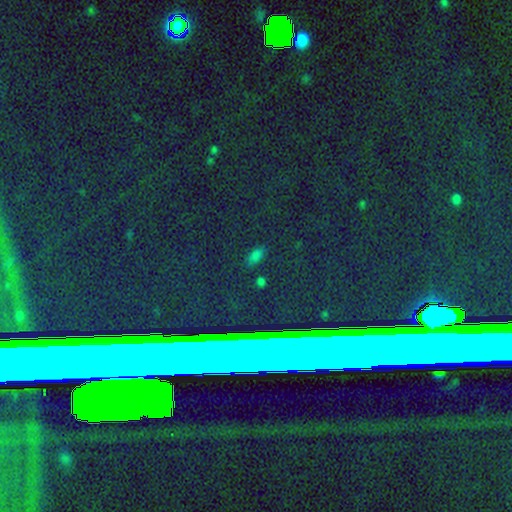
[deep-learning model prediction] This is possibly a star or artifact rather than a galaxy (55%).